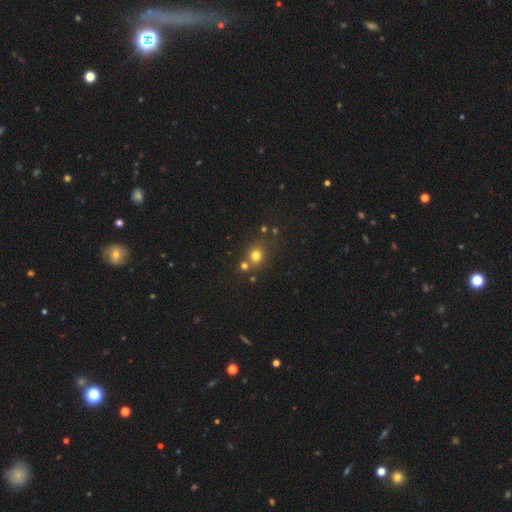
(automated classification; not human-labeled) Smooth or featured? smooth (74%)
How rounded? round (76%)
Merging? none (63%)